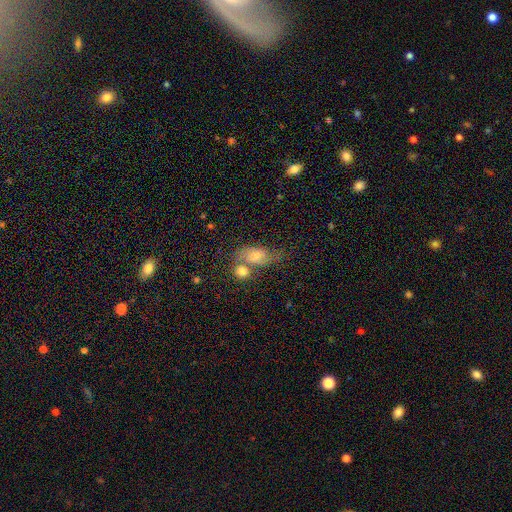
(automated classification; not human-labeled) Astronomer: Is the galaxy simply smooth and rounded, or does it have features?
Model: smooth — 50% (runner-up: featured or disk, 39%).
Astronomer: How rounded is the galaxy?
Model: in between — 75%.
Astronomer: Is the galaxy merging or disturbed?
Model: merger — 36% (runner-up: none, 35%).